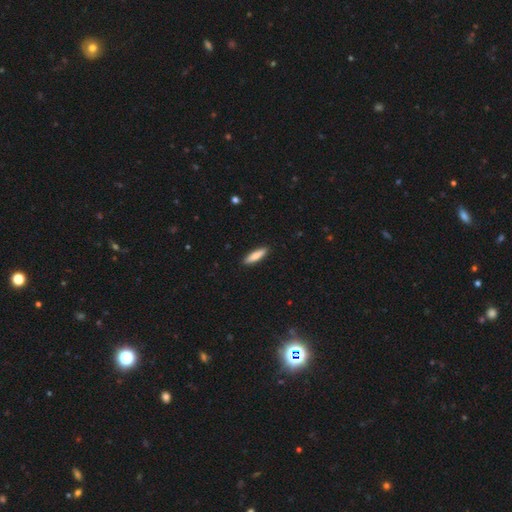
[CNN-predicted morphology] Smooth or featured? Predicted: smooth (p=0.80). How rounded? Predicted: cigar-shaped (p=0.72). Merging? Predicted: none (p=0.91).